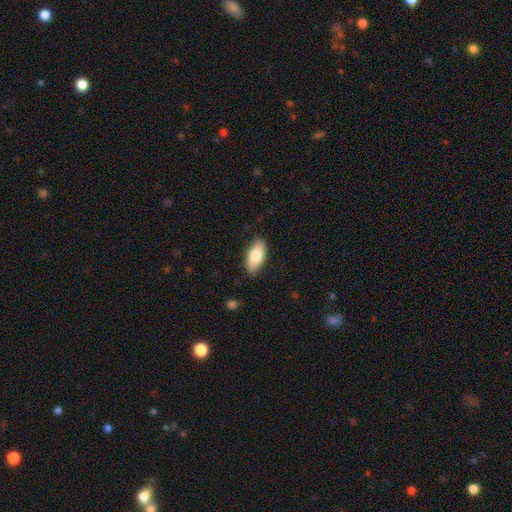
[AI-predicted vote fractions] The model was most divided on "smooth or featured": smooth: 80%, featured or disk: 14%, star or artifact: 6%. More confident: how rounded — in between (91%); merging — none (87%).